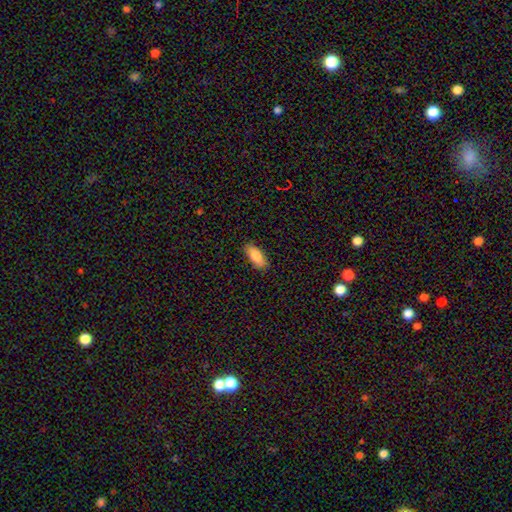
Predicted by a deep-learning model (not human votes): smooth-or-featured: smooth: 86% | featured or disk: 8% | star or artifact: 6%
  how-rounded: in between: 82% | cigar-shaped: 16% | round: 2%
  merging: none: 86% | minor disturbance: 11% | major disturbance: 2% | merger: 1%